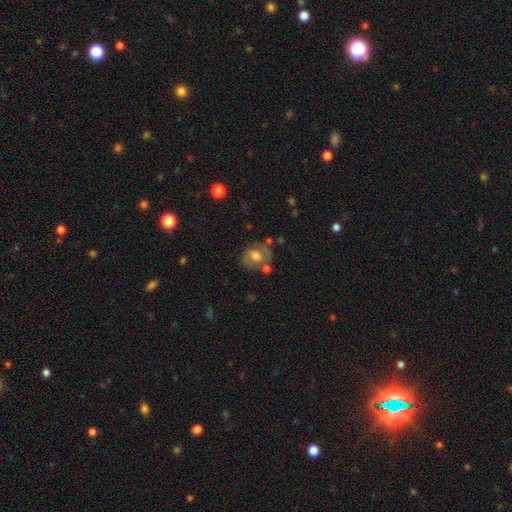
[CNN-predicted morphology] Q: Smooth or featured?
A: featured or disk (45%); tied with: smooth (45%)
Q: Merging?
A: none (60%); runner-up: minor disturbance (20%)